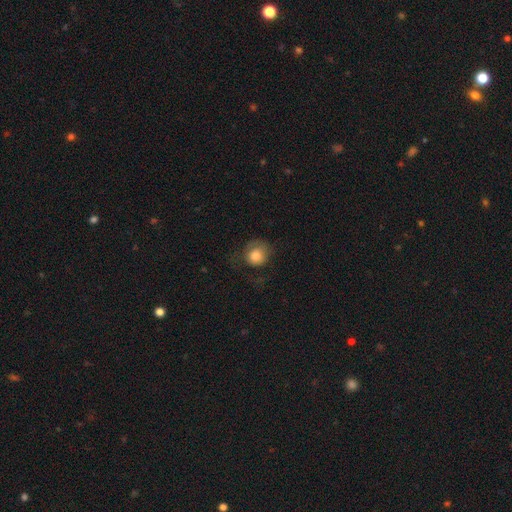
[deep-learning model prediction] smooth 78%, featured or disk 13%, star or artifact 8%. Down the decision tree: how rounded — round (79%); merging — none (51%).